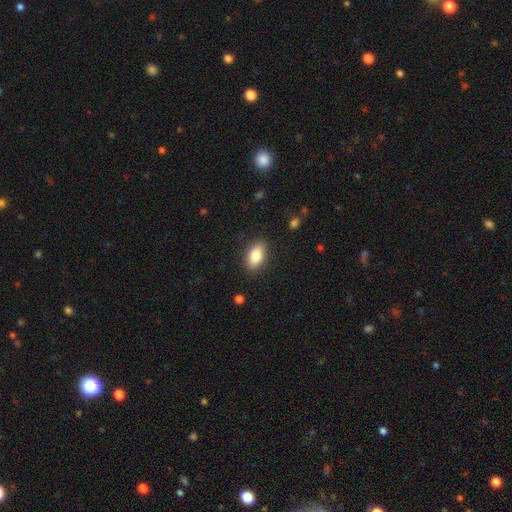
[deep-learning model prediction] Overall: smooth (83%). How rounded: in between (89%). Merging: none (87%).